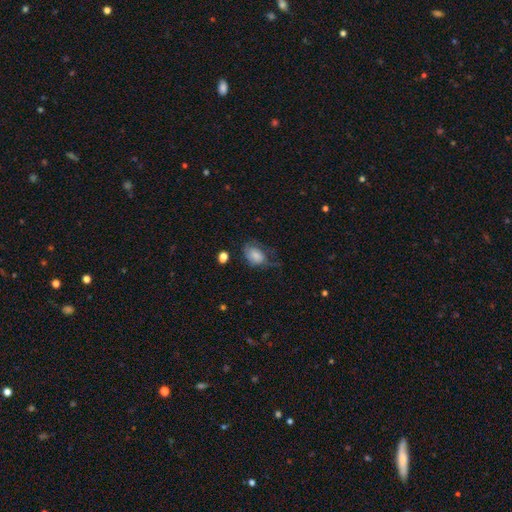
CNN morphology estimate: Q: Smooth or featured?
A: smooth (72%); runner-up: featured or disk (19%)
Q: How rounded?
A: in between (78%); runner-up: round (21%)
Q: Merging?
A: none (35%); runner-up: major disturbance (32%)